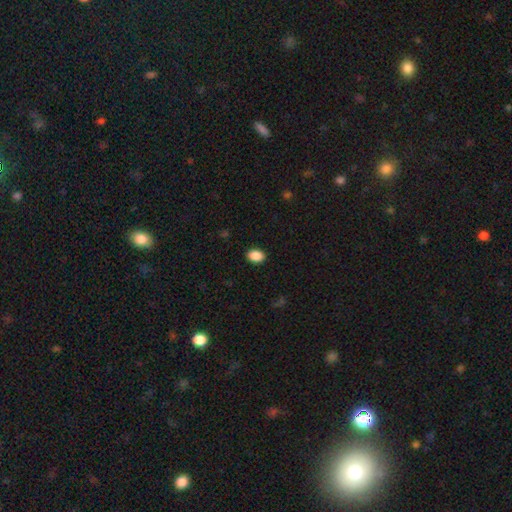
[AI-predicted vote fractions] Smooth or featured?
  - smooth: 90% *
  - star or artifact: 8%
  - featured or disk: 3%
How rounded?
  - in between: 81% *
  - round: 18%
  - cigar-shaped: 1%
Merging?
  - none: 90% *
  - minor disturbance: 7%
  - major disturbance: 2%
  - merger: 1%